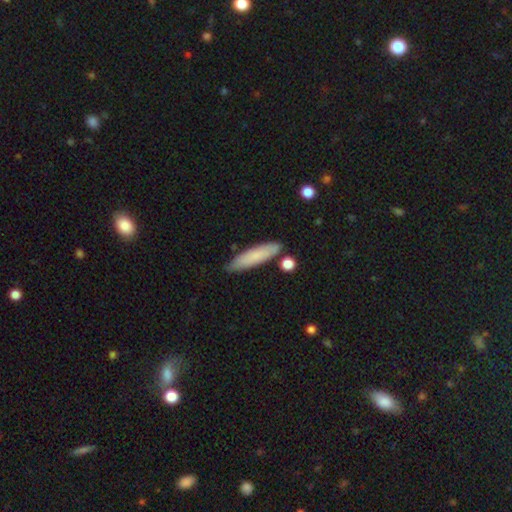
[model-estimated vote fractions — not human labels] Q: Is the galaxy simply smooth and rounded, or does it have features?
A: smooth — 77%.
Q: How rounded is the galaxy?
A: cigar-shaped — 77%.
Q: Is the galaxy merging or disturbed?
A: none — 79%.